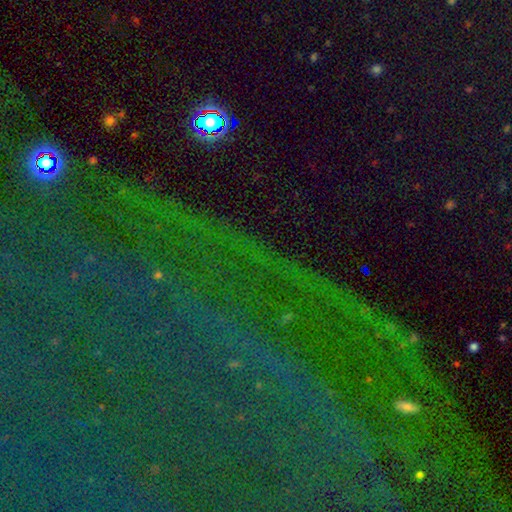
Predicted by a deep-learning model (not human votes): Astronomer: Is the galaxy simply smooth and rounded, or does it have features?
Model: star or artifact — 81%.